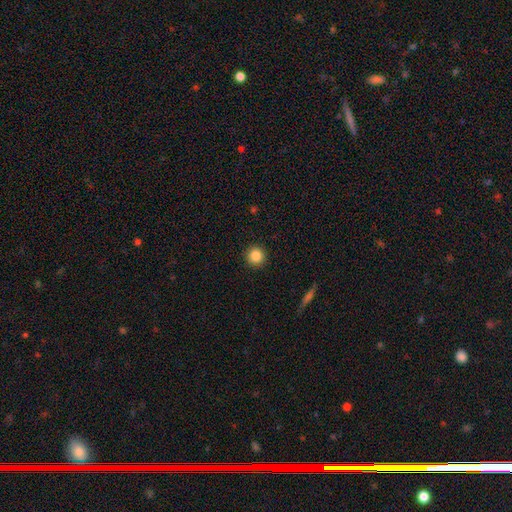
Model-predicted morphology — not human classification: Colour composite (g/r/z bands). It shows a smooth galaxy with no disk features (86%) that is round (95%). Merging: none (92%).